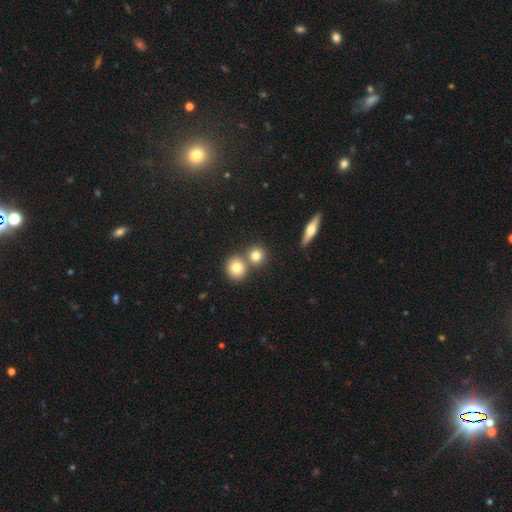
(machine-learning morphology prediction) A smooth galaxy with no disk features (78%) that is round (88%).

Vote fractions:
- Smooth or featured? smooth: 78% / featured or disk: 11% / star or artifact: 11%
- How rounded? round: 88% / in between: 10% / cigar-shaped: 2%
- Merging? none: 64% / merger: 27% / minor disturbance: 7% / major disturbance: 3%